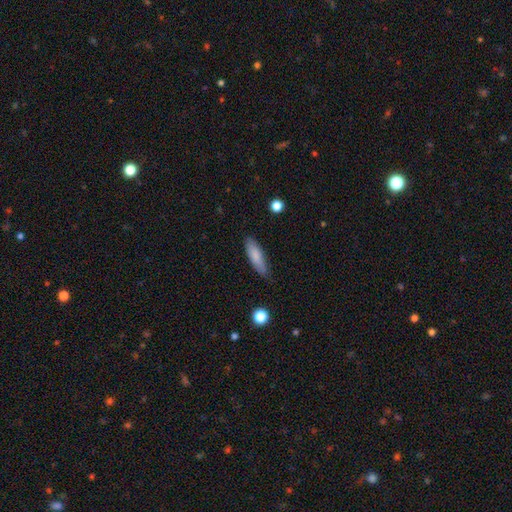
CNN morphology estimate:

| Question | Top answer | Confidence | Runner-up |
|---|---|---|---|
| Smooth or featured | smooth | 81% | featured or disk (12%) |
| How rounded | cigar-shaped | 58% | in between (40%) |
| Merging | none | 79% | minor disturbance (16%) |